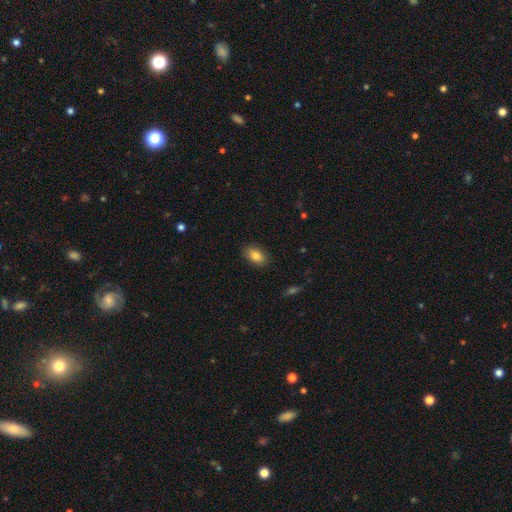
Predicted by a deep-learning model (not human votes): Smooth or featured?
  - smooth: 84% *
  - star or artifact: 8%
  - featured or disk: 8%
How rounded?
  - in between: 89% *
  - round: 8%
  - cigar-shaped: 2%
Merging?
  - none: 88% *
  - minor disturbance: 9%
  - major disturbance: 2%
  - merger: 1%